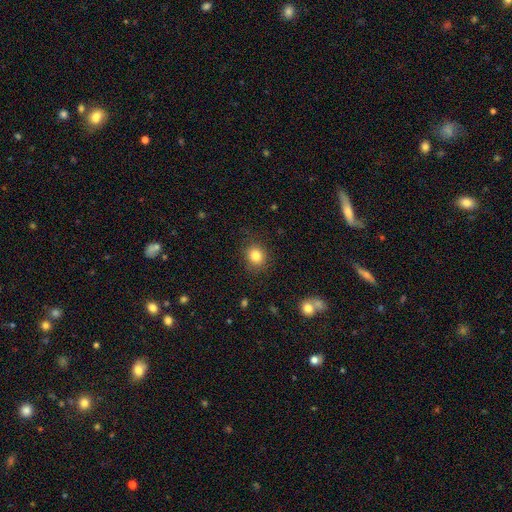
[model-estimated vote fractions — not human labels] Overall: smooth (83%). How rounded: round (76%). Merging: none (85%).